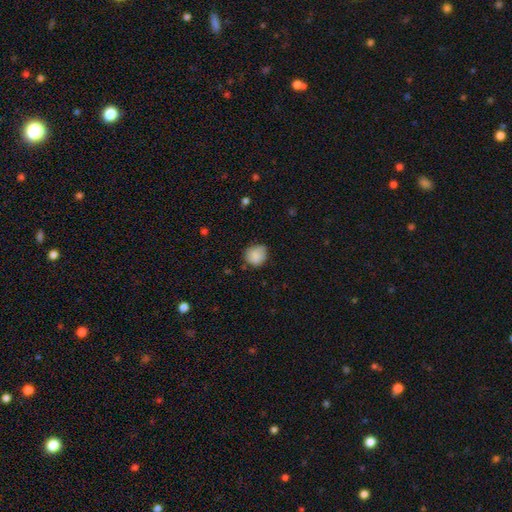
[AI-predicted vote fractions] smooth 86%, star or artifact 8%, featured or disk 6%. Down the decision tree: how rounded — round (83%); merging — none (72%).